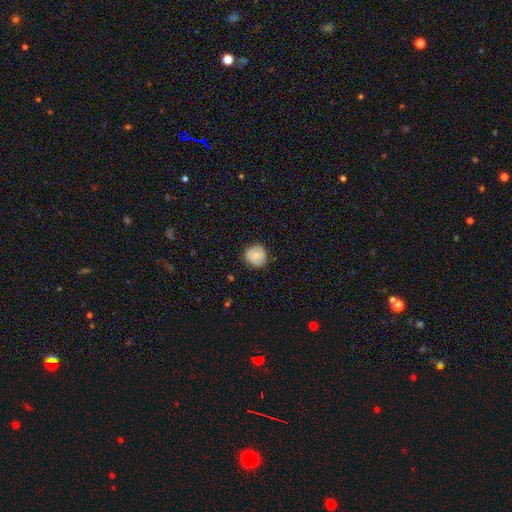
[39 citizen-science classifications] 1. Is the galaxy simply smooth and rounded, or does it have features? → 77% smooth, 13% featured or disk, 10% star or artifact.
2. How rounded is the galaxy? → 87% round, 13% in between, 0% cigar-shaped.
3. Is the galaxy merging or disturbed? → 60% none, 34% minor disturbance, 6% major disturbance, 0% merger.